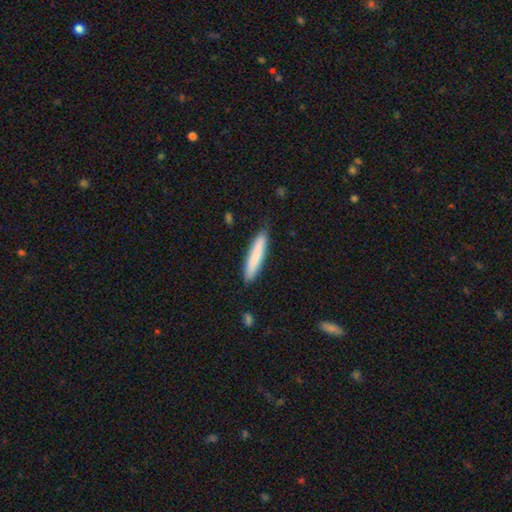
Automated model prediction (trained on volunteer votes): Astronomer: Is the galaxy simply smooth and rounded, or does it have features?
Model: smooth — 81%.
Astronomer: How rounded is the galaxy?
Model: cigar-shaped — 90%.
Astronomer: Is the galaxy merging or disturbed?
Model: none — 87%.